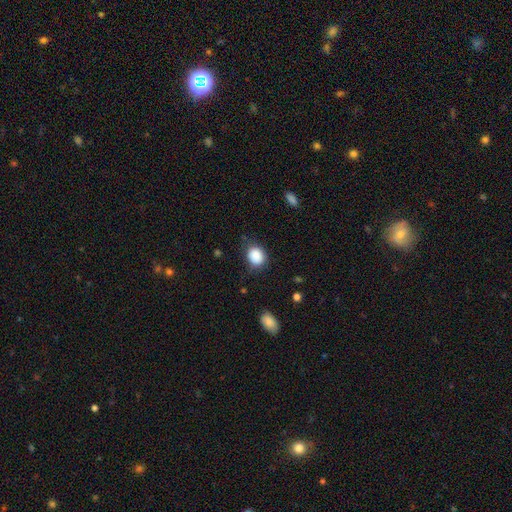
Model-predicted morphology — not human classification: This appears to be a smooth galaxy with no disk features (87%) that is round (62%). Merging: none (70%).